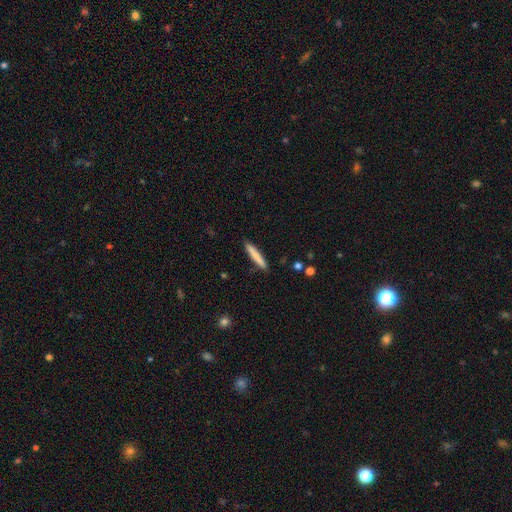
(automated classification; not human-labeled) This appears to be a smooth galaxy with no disk features (79%) that is cigar-shaped (94%). Merging: none (89%).